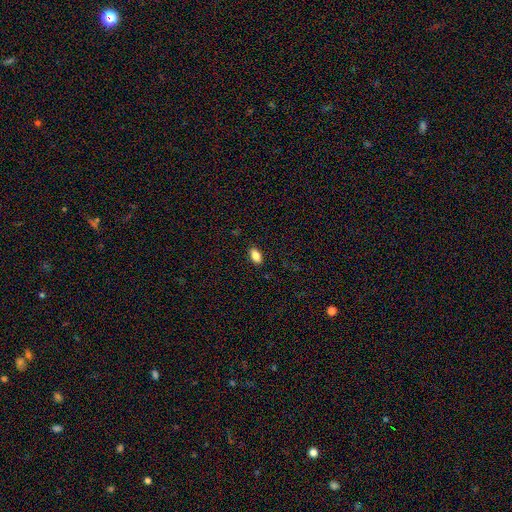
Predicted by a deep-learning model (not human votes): smooth-or-featured: smooth: 86% | star or artifact: 8% | featured or disk: 5%
  how-rounded: in between: 91% | round: 6% | cigar-shaped: 3%
  merging: none: 88% | minor disturbance: 9% | major disturbance: 2% | merger: 1%